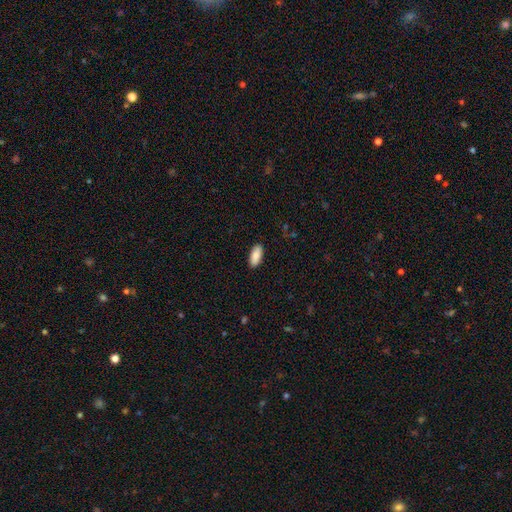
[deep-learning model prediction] This is clearly a smooth galaxy (89%). How rounded: clearly in between (87%). Merging: clearly none (89%).